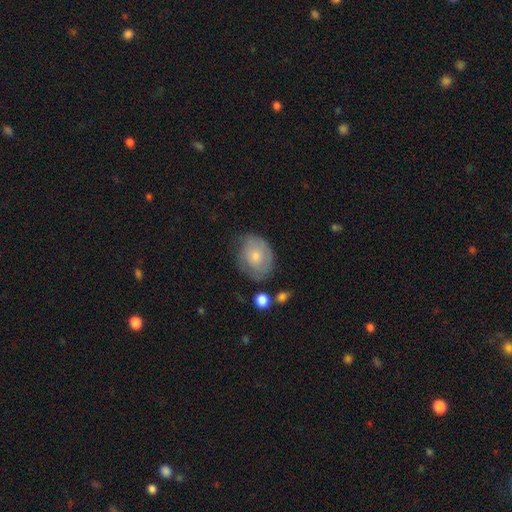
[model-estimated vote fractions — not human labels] Smooth or featured? Predicted: smooth (p=0.59). How rounded? Predicted: round (p=0.54). Merging? Predicted: none (p=0.58).